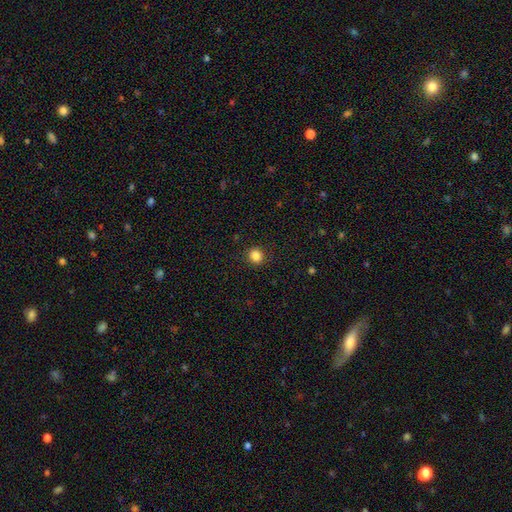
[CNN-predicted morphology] Smooth or featured? smooth (86%)
How rounded? round (85%)
Merging? none (91%)